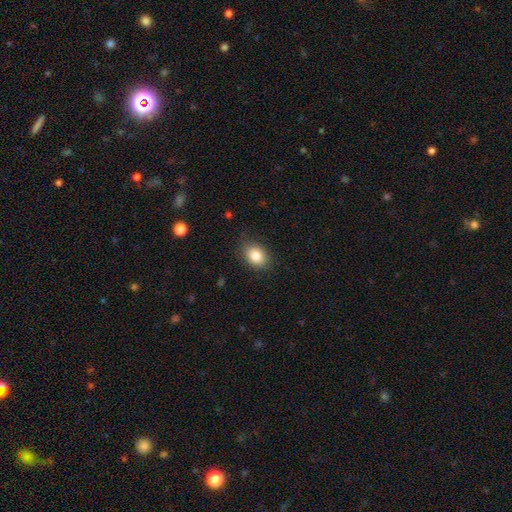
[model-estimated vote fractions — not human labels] smooth_or_featured: smooth (p=0.84) [alt: star or artifact p=0.09]
how_rounded: in between (p=0.69) [alt: round p=0.30]
merging: none (p=0.83) [alt: minor disturbance p=0.13]